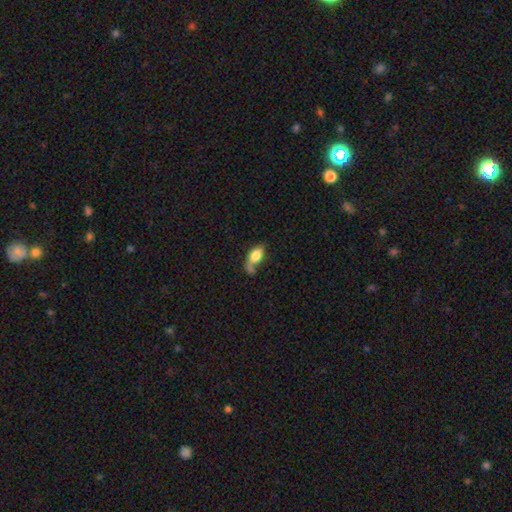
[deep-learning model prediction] Smooth or featured? Predicted: smooth (p=0.75). How rounded? Predicted: in between (p=0.84). Merging? Predicted: none (p=0.36).